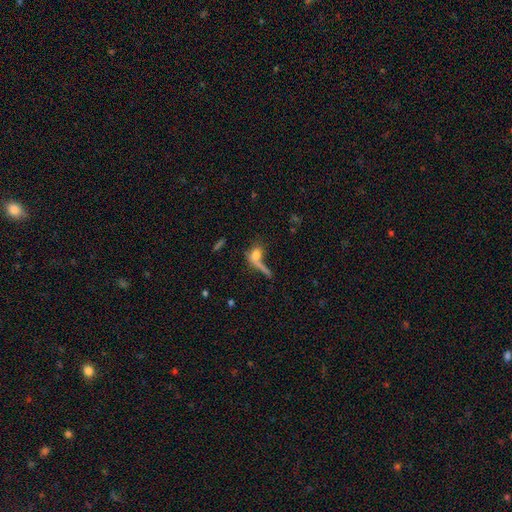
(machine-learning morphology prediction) Smooth or featured? smooth (38%)
Merging? none (33%)